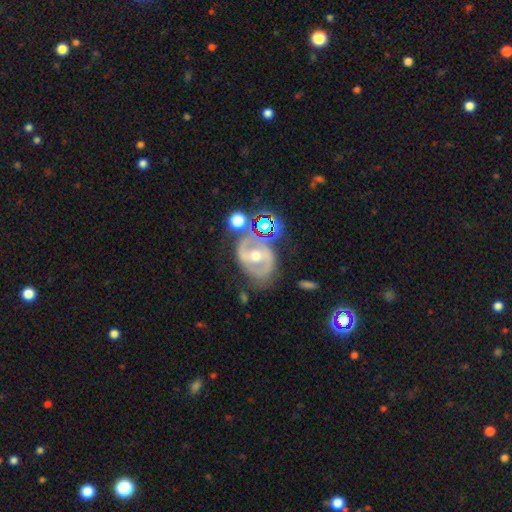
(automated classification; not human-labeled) Smooth or featured? Predicted: featured or disk (p=0.81). Edge-on disk? Predicted: no (p=0.96). Bar? Predicted: strong (p=0.36, tied with weak). Spiral arms? Predicted: yes (p=0.83). Spiral winding? Predicted: medium (p=0.48). Spiral arm count? Predicted: 2 (p=0.83). Bulge size? Predicted: moderate (p=0.70). Merging? Predicted: none (p=0.64).